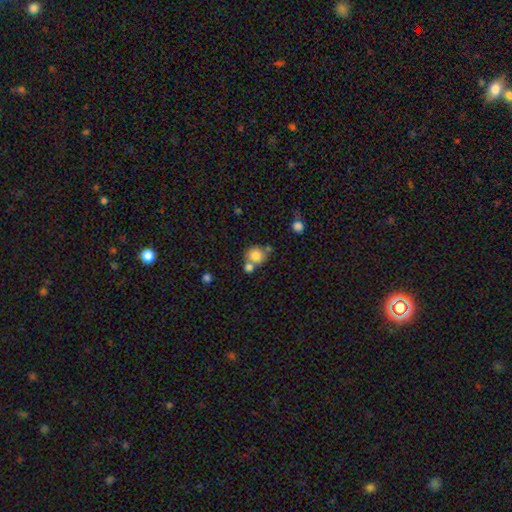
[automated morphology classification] A smooth galaxy with no disk features (80%) that is round (82%).

Vote fractions:
- Smooth or featured? smooth: 80% / featured or disk: 11% / star or artifact: 10%
- How rounded? round: 82% / in between: 17% / cigar-shaped: 1%
- Merging? none: 48% / merger: 37% / minor disturbance: 11% / major disturbance: 4%